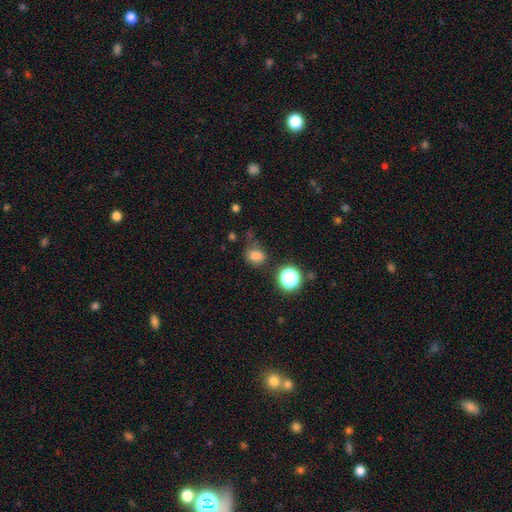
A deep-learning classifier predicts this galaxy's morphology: This is likely a smooth galaxy (77%). How rounded: possibly round (53%). Merging: likely none (62%).